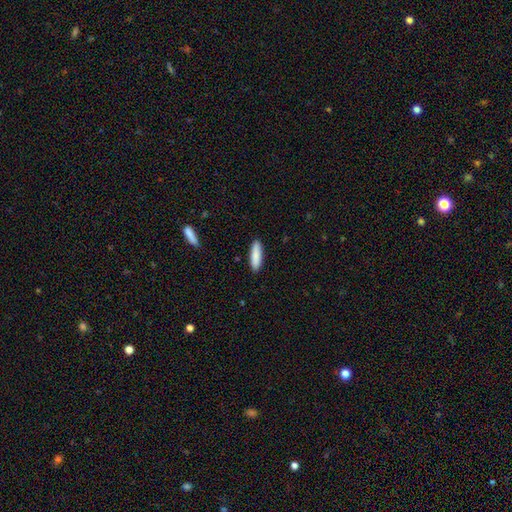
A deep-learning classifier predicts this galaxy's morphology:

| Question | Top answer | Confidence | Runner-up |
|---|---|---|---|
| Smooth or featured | smooth | 87% | featured or disk (7%) |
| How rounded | cigar-shaped | 61% | in between (38%) |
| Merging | none | 90% | minor disturbance (7%) |